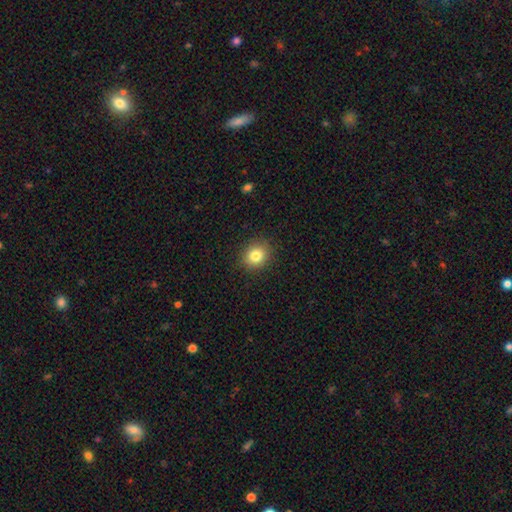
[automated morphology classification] A smooth galaxy with no disk features (82%) that is round (75%).

Vote fractions:
- Smooth or featured? smooth: 82% / star or artifact: 11% / featured or disk: 7%
- How rounded? round: 75% / in between: 24% / cigar-shaped: 1%
- Merging? none: 89% / minor disturbance: 7% / major disturbance: 2% / merger: 1%